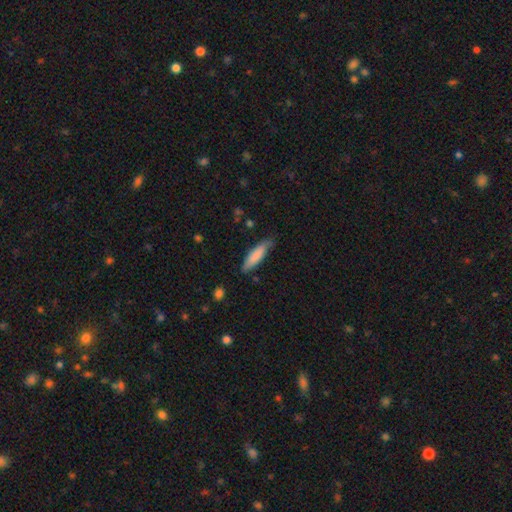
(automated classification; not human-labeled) smooth-or-featured: smooth: 81% | featured or disk: 13% | star or artifact: 6%
  how-rounded: cigar-shaped: 67% | in between: 31% | round: 1%
  merging: none: 74% | minor disturbance: 21% | major disturbance: 3% | merger: 2%